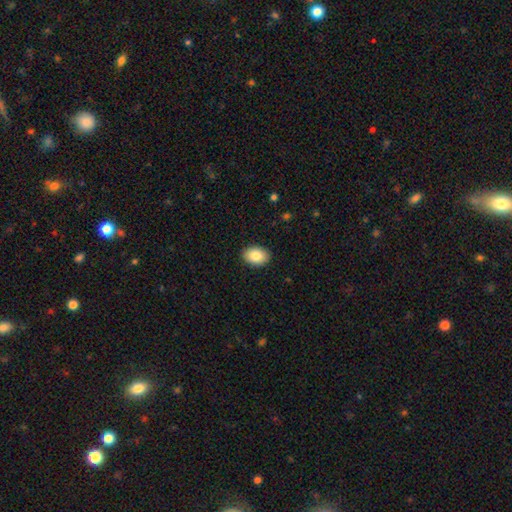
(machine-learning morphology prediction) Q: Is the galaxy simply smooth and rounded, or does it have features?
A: smooth — 85%.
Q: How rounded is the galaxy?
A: in between — 82%.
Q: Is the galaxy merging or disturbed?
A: none — 90%.